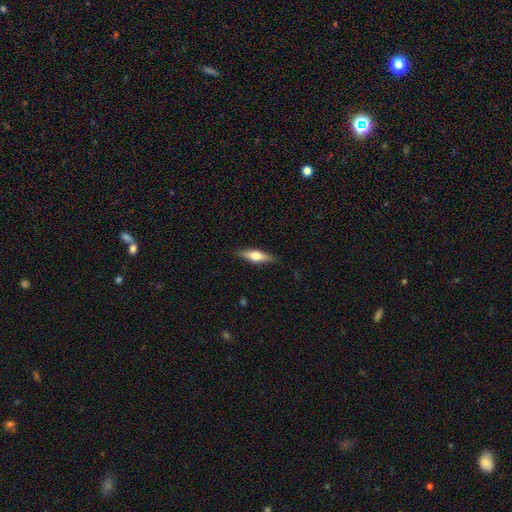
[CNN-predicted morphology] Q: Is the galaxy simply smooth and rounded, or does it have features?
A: smooth — 55%.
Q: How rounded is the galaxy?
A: cigar-shaped — 57%.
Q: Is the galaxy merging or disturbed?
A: none — 87%.